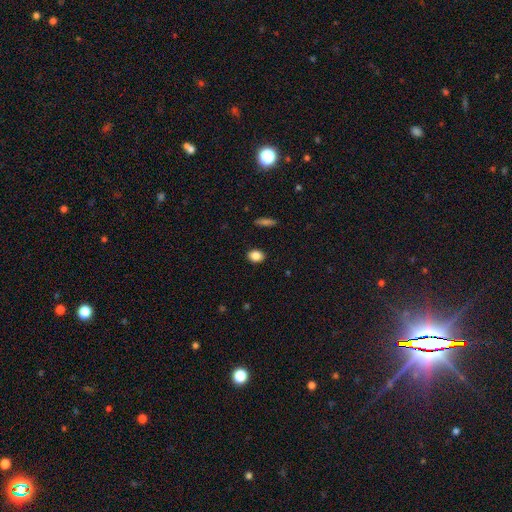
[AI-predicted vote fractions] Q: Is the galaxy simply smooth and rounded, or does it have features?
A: smooth — 86%.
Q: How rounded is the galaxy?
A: in between — 56%.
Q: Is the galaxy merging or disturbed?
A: none — 89%.